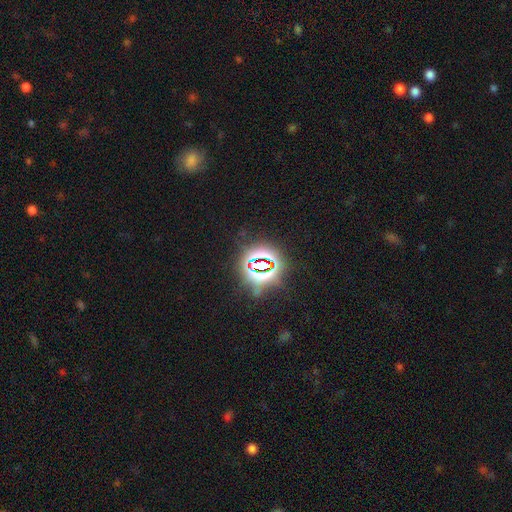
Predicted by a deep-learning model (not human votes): smooth-or-featured: star or artifact: 79% | smooth: 13% | featured or disk: 8%